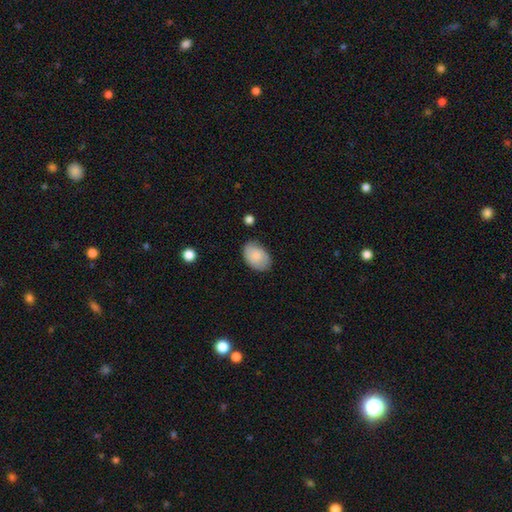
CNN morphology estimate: type=smooth (78%); roundness=in between (85%); merging=none (71%).